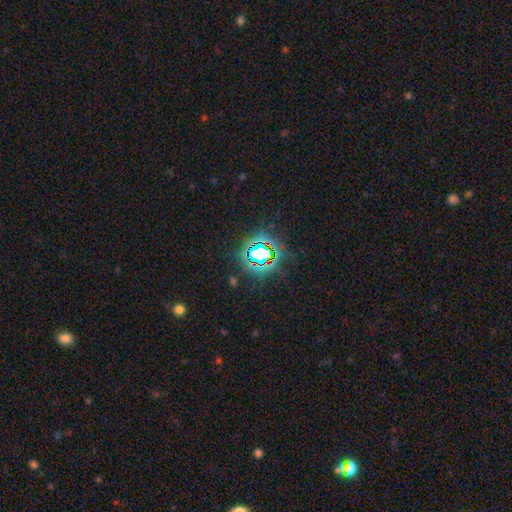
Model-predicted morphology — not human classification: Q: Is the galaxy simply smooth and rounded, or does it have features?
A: star or artifact — 80%.